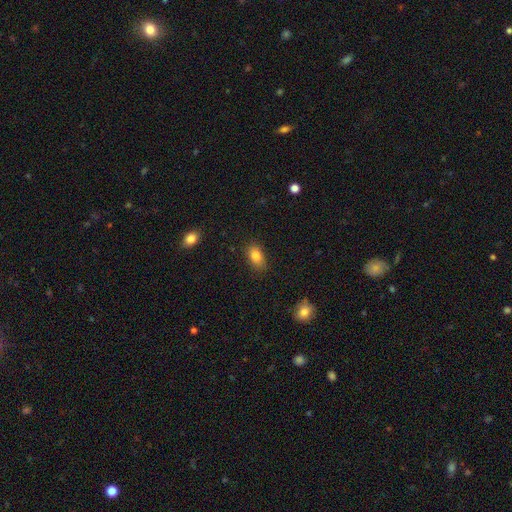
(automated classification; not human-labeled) smooth 83%, star or artifact 10%, featured or disk 8%. Down the decision tree: how rounded — in between (85%); merging — none (81%).